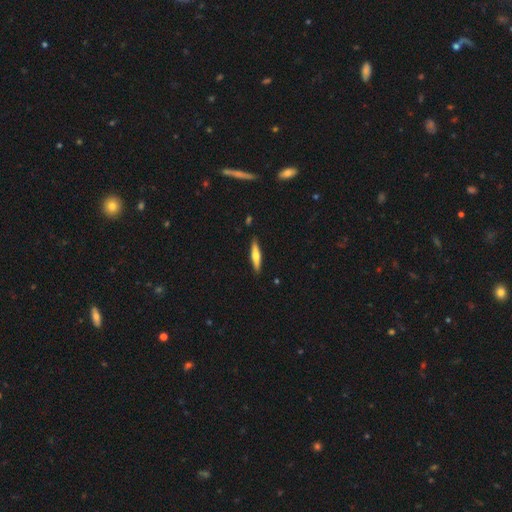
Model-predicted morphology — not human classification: Q: Smooth or featured?
A: smooth (52%); runner-up: featured or disk (42%)
Q: How rounded?
A: cigar-shaped (85%); runner-up: in between (14%)
Q: Merging?
A: none (89%); runner-up: minor disturbance (8%)